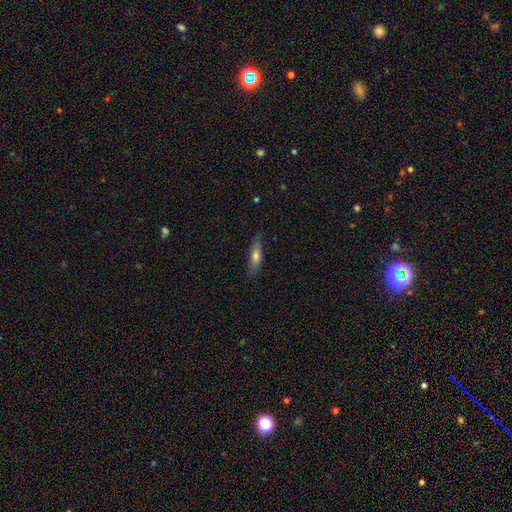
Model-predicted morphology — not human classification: Smooth or featured? smooth (63%)
How rounded? cigar-shaped (63%)
Merging? none (79%)